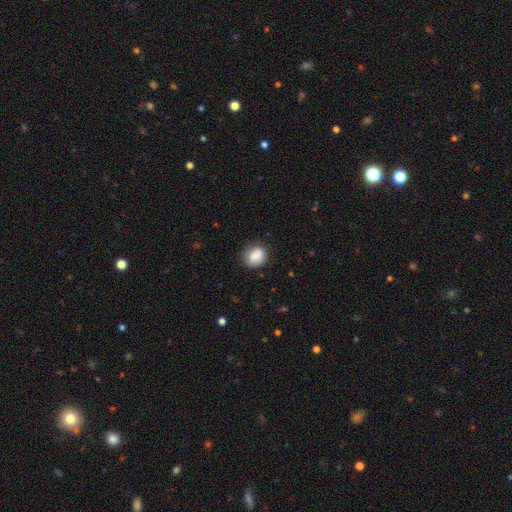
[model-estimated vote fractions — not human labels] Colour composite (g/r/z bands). It shows a smooth galaxy with no disk features (84%) that is round (64%). Merging: none (74%).